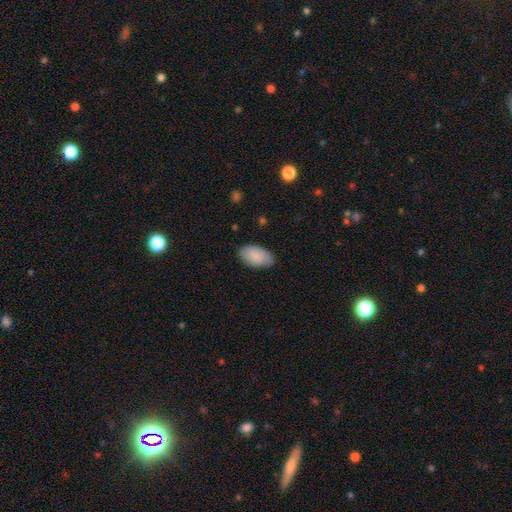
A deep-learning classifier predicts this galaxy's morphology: A smooth galaxy with no disk features (88%) that is in between round and cigar-shaped (95%). Merging: none (83%).